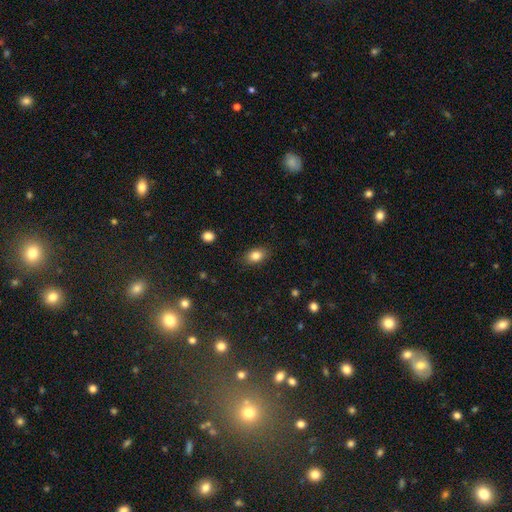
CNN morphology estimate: type=smooth (83%); roundness=in between (81%); merging=none (86%).